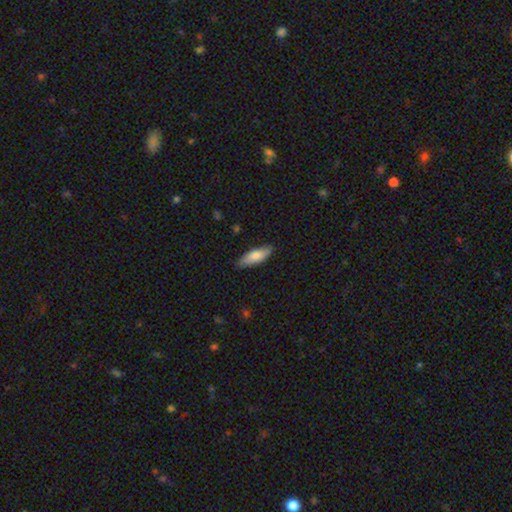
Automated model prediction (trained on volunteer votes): Smooth or featured? Predicted: smooth (p=0.77). How rounded? Predicted: in between (p=0.60). Merging? Predicted: none (p=0.83).